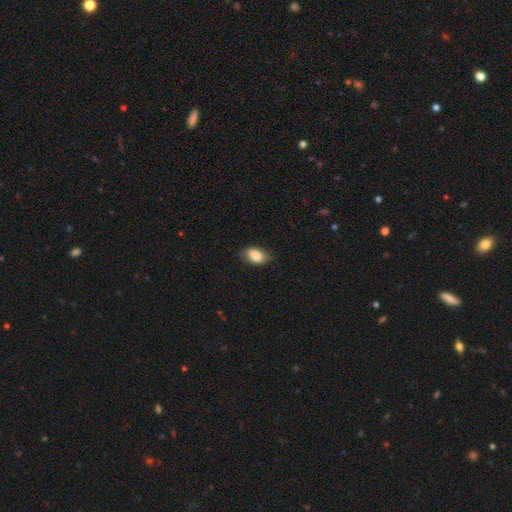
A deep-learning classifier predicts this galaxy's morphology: Smooth or featured? Predicted: smooth (p=0.83). How rounded? Predicted: in between (p=0.89). Merging? Predicted: none (p=0.77).